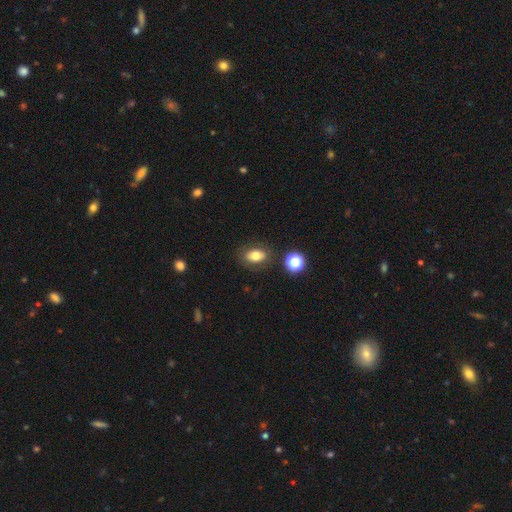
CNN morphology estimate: A smooth galaxy with no disk features (75%) that is in between round and cigar-shaped (80%). Merging: none (82%).